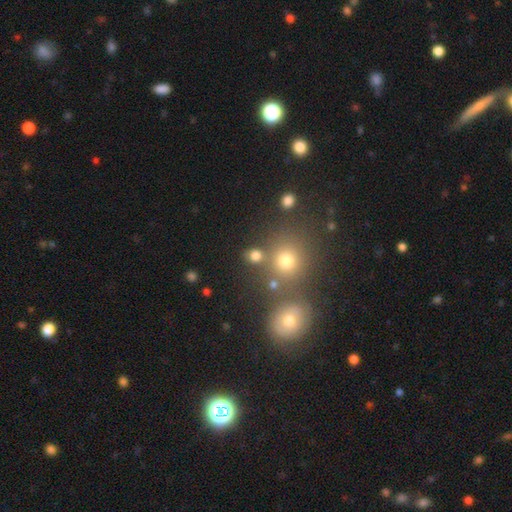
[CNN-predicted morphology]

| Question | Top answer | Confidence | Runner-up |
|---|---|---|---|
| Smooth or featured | smooth | 75% | star or artifact (18%) |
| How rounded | round | 73% | in between (25%) |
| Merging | none | 72% | merger (14%) |